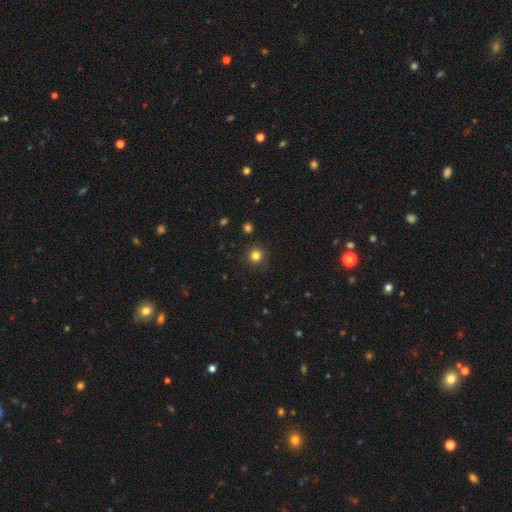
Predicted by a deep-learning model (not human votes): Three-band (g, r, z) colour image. It shows a smooth galaxy with no disk features (81%) that is round (93%). Merging: none (86%).